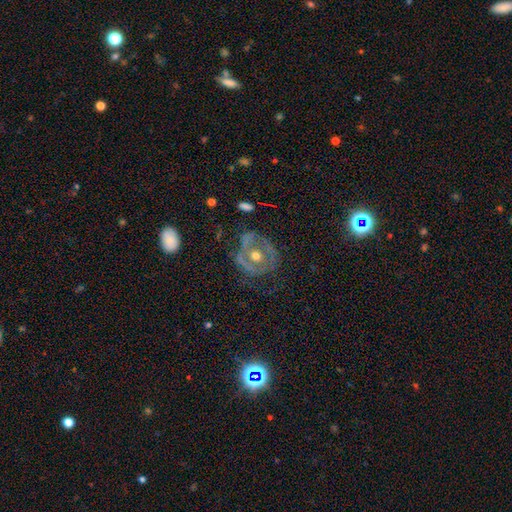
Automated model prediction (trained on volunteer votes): Smooth or featured: featured or disk — 71% (smooth — 20%)
Edge-on disk: no — 95% (yes — 5%)
Bar: no — 71% (weak — 19%)
Spiral arms: no — 59% (yes — 41%)
Bulge size: moderate — 74% (small — 19%)
Merging: none — 68% (minor disturbance — 17%)